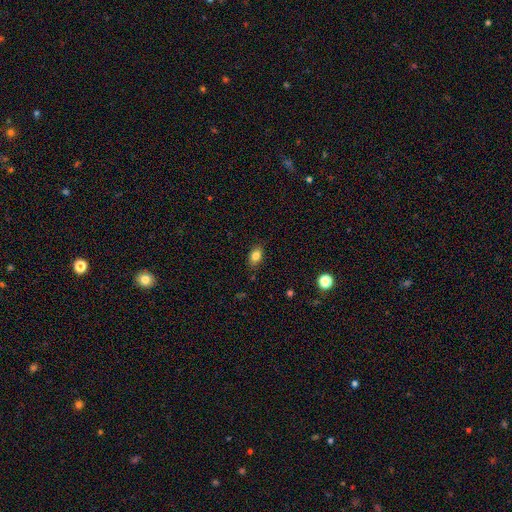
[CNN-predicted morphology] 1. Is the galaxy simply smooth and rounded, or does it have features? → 83% smooth, 9% star or artifact, 7% featured or disk.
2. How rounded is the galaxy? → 83% in between, 14% round, 2% cigar-shaped.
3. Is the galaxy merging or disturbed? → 84% none, 13% minor disturbance, 3% major disturbance, 1% merger.